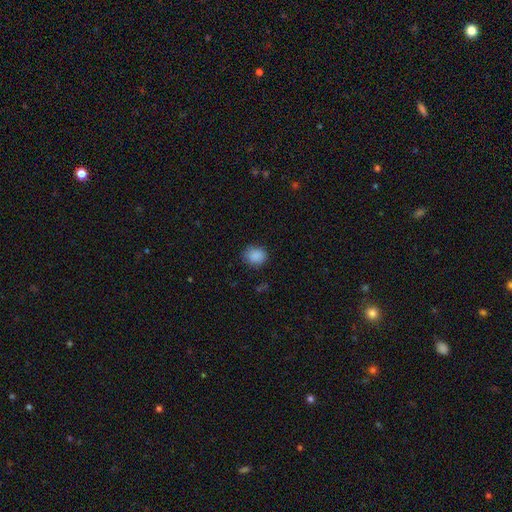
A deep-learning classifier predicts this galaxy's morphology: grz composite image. It shows a smooth galaxy with no disk features (87%) that is round (62%). Merging: none (80%).